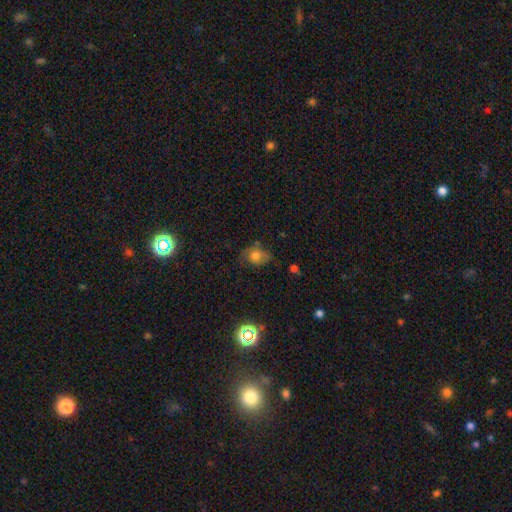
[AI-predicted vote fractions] smooth_or_featured: smooth (p=0.65) [alt: featured or disk p=0.21]
how_rounded: in between (p=0.59) [alt: round p=0.39]
merging: none (p=0.53) [alt: minor disturbance p=0.31]